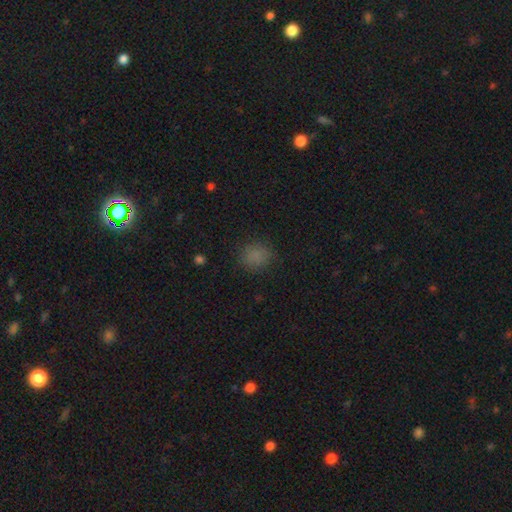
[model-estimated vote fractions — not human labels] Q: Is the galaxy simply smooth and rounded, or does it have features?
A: smooth — 80%.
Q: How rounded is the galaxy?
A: round — 76%.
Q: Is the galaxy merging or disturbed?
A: none — 84%.